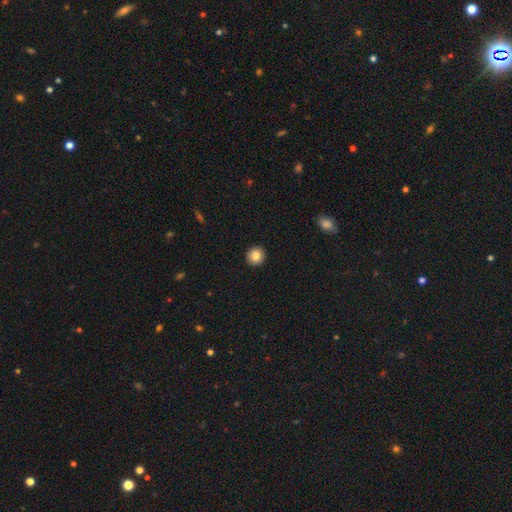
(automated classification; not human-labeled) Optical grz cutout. It shows a smooth galaxy with no disk features (85%) that is round (91%). Merging: none (93%).